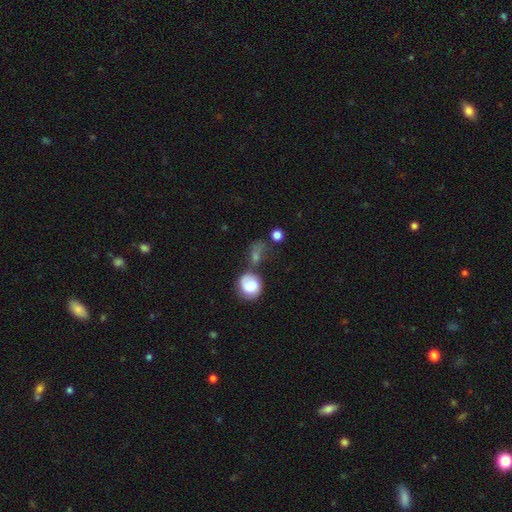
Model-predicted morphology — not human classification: The model was most divided on "merging": none: 44%, merger: 26%, minor disturbance: 16%, major disturbance: 14%. More confident: how rounded — round (72%); smooth or featured — smooth (57%).